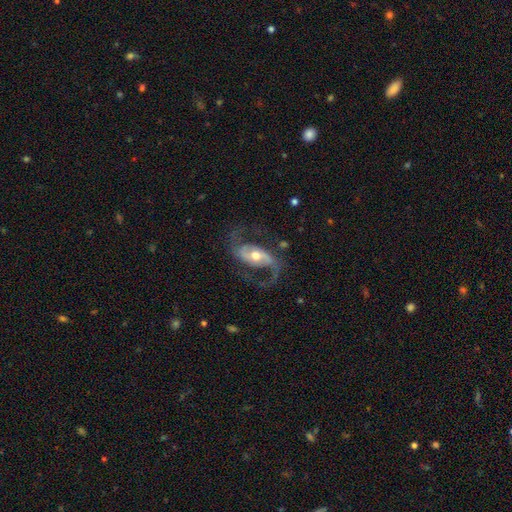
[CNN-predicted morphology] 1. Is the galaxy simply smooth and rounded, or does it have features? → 89% featured or disk, 6% smooth, 5% star or artifact.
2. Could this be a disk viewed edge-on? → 97% no, 3% yes.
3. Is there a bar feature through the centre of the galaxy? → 37% weak, 35% no, 28% strong.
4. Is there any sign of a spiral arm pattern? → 96% yes, 4% no.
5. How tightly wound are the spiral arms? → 45% medium (tied), 45% loose (tied), 10% tight.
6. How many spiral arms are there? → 93% 2, 2% 1, 2% can't tell, 1% 3, 1% 4, 1% more than 4.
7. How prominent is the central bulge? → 69% moderate, 23% small, 7% large, 1% dominant, 1% none.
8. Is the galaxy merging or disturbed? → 72% none, 13% minor disturbance, 13% major disturbance, 2% merger.